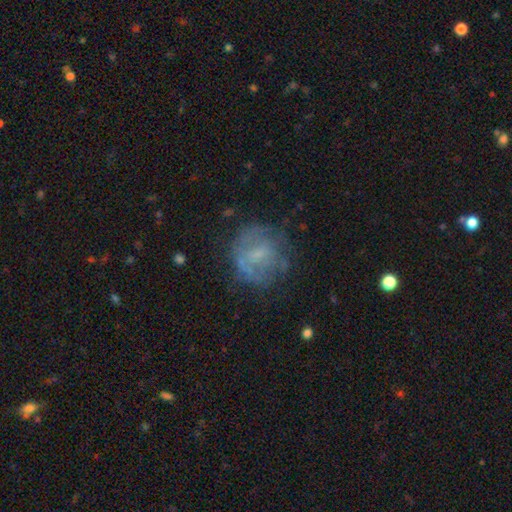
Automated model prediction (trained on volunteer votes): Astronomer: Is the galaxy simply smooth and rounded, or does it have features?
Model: featured or disk — 48% (runner-up: smooth, 39%).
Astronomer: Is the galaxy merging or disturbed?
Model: none — 62%.